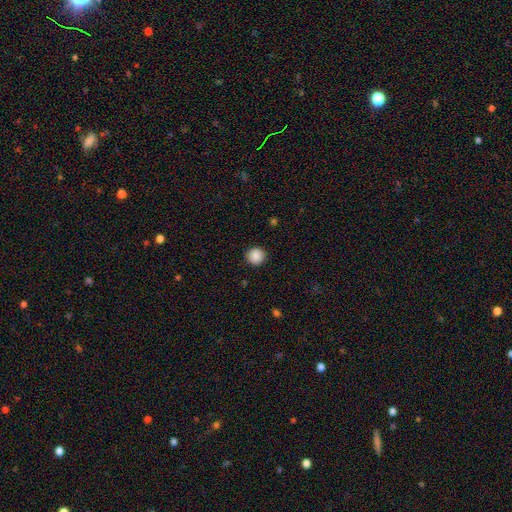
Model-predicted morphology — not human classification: A smooth galaxy with no disk features (88%) that is round (94%). Merging: none (92%).